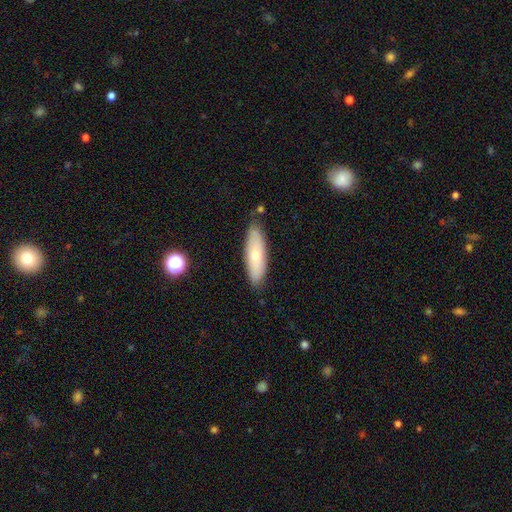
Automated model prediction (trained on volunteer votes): Q: Smooth or featured?
A: smooth (64%); runner-up: featured or disk (30%)
Q: How rounded?
A: cigar-shaped (49%); tied with: in between (49%)
Q: Merging?
A: none (82%); runner-up: minor disturbance (14%)